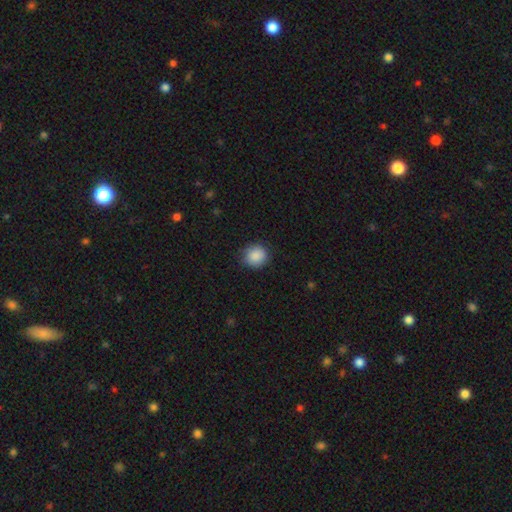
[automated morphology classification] This is clearly a smooth galaxy (88%). How rounded: clearly round (86%). Merging: clearly none (85%).